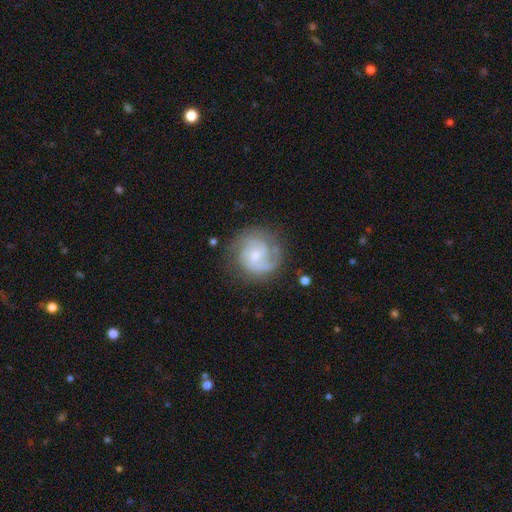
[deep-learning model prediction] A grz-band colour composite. It shows a featured or disk galaxy (79%) with no bar (47%), 2 (44%) tight (44%) spiral arms (94%) and a small central bulge (63%). Merging: none (73%).